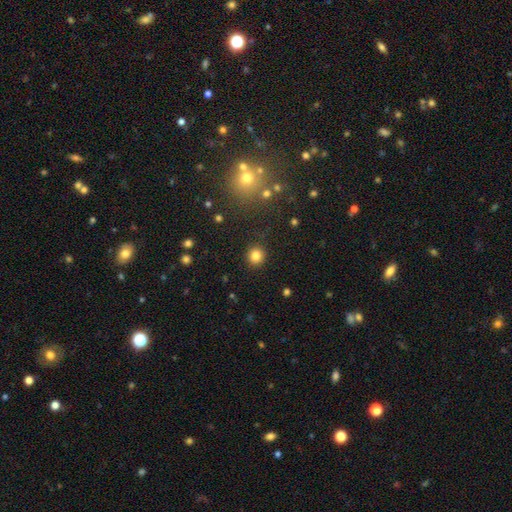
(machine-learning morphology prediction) Smooth or featured? Predicted: smooth (p=0.83). How rounded? Predicted: round (p=0.91). Merging? Predicted: none (p=0.90).